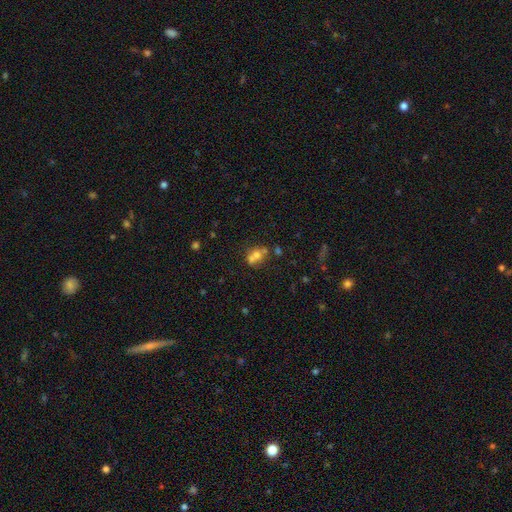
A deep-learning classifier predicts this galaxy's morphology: Smooth or featured? smooth (59%)
How rounded? round (59%)
Merging? merger (53%)